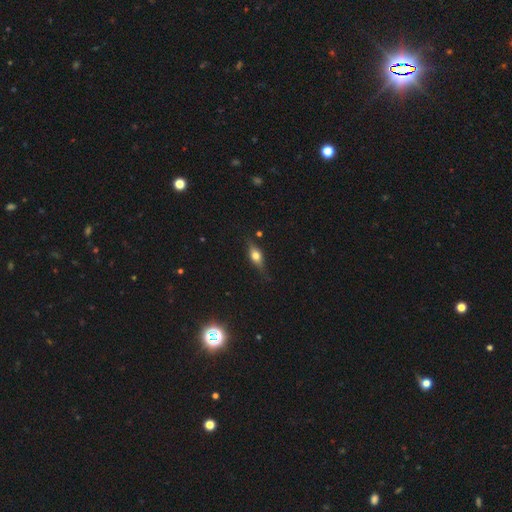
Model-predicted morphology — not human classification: Smooth or featured: featured or disk — 46% (smooth — 45%)
Merging: none — 78% (minor disturbance — 16%)